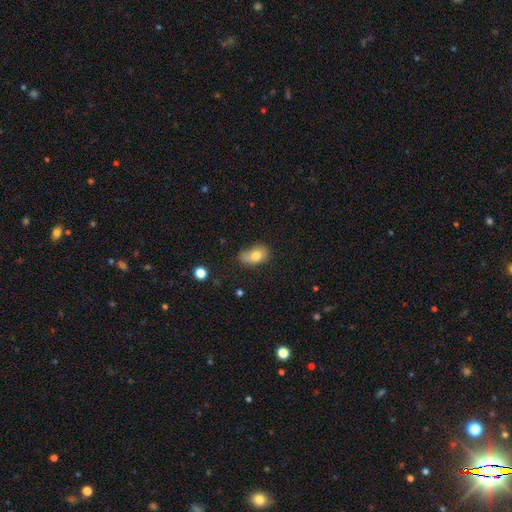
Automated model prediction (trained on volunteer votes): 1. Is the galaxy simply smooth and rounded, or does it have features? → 76% smooth, 15% featured or disk, 9% star or artifact.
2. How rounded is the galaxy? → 83% in between, 15% round, 2% cigar-shaped.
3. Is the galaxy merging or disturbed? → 41% none, 39% minor disturbance, 14% major disturbance, 6% merger.